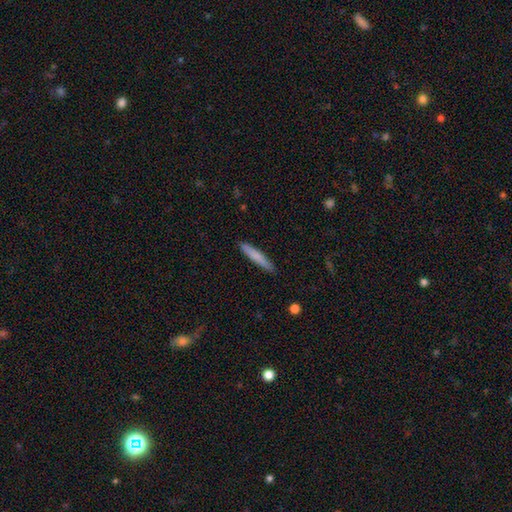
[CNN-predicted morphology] smooth_or_featured: smooth (p=0.76) [alt: featured or disk p=0.18]
how_rounded: cigar-shaped (p=0.94) [alt: in between p=0.05]
merging: none (p=0.89) [alt: minor disturbance p=0.08]